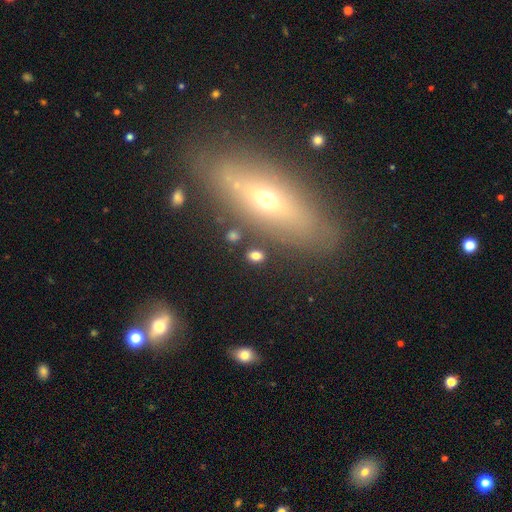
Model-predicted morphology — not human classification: A smooth galaxy with no disk features (76%) that is in between round and cigar-shaped (64%).

Vote fractions:
- Smooth or featured? smooth: 76% / star or artifact: 14% / featured or disk: 10%
- How rounded? in between: 64% / round: 32% / cigar-shaped: 4%
- Merging? none: 83% / minor disturbance: 8% / merger: 5% / major disturbance: 4%